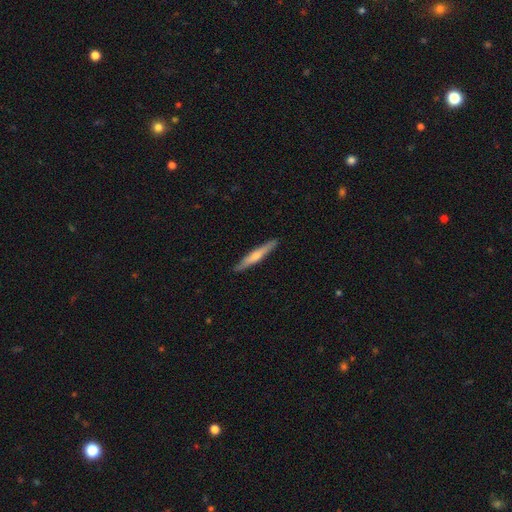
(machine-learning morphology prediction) The model was most divided on "smooth or featured": smooth: 49%, featured or disk: 46%, star or artifact: 5%. More confident: merging — none (90%).